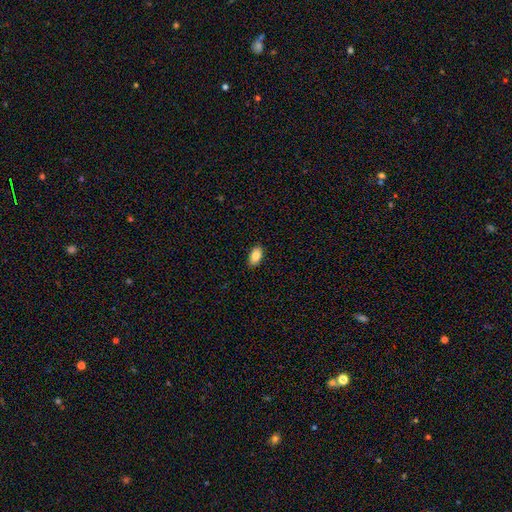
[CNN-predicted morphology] This is clearly a smooth galaxy (85%). How rounded: clearly in between (92%). Merging: clearly none (88%).